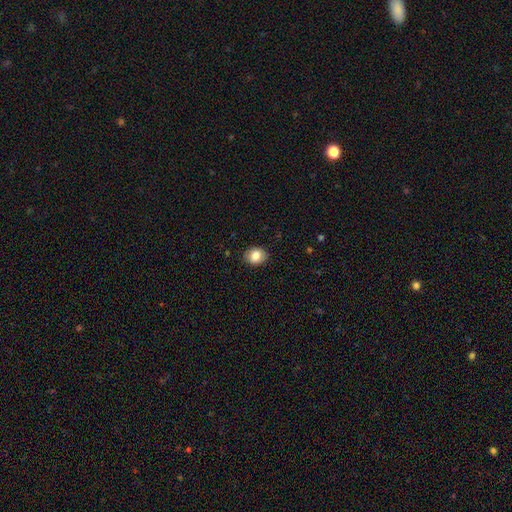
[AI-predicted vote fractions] Q: Smooth or featured?
A: smooth (83%); runner-up: featured or disk (9%)
Q: How rounded?
A: in between (50%); runner-up: round (49%)
Q: Merging?
A: none (85%); runner-up: minor disturbance (11%)